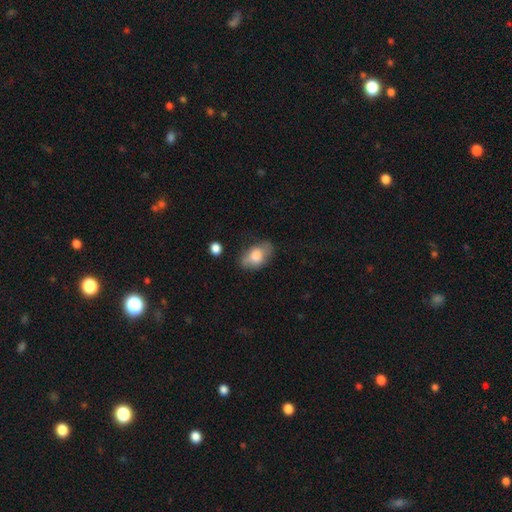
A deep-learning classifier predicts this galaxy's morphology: Smooth or featured? Predicted: smooth (p=0.72). How rounded? Predicted: in between (p=0.87). Merging? Predicted: none (p=0.61).